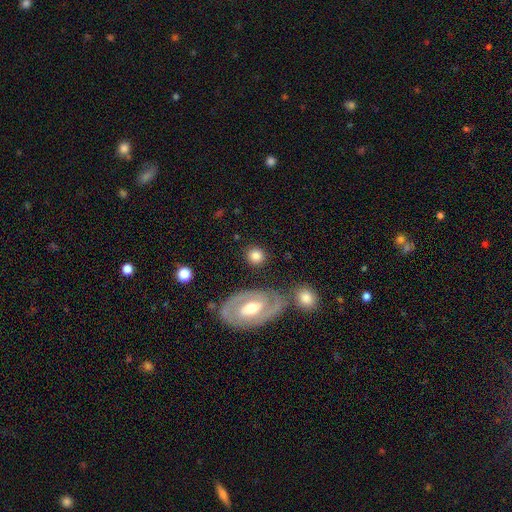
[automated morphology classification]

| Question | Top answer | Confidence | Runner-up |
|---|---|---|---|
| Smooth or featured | smooth | 75% | featured or disk (18%) |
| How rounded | round | 84% | in between (15%) |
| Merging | none | 80% | minor disturbance (10%) |